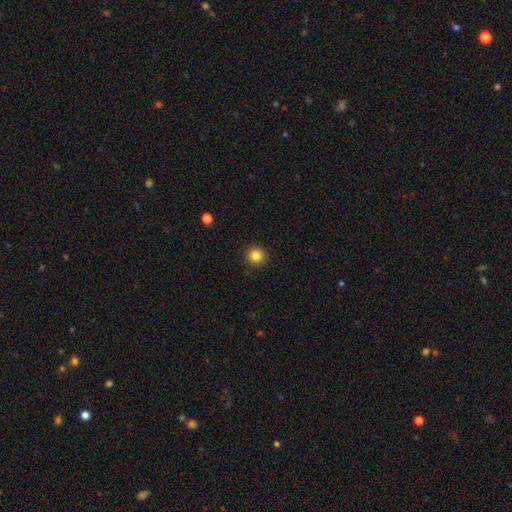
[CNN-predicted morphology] A smooth galaxy with no disk features (83%) that is round (93%). Merging: none (92%).